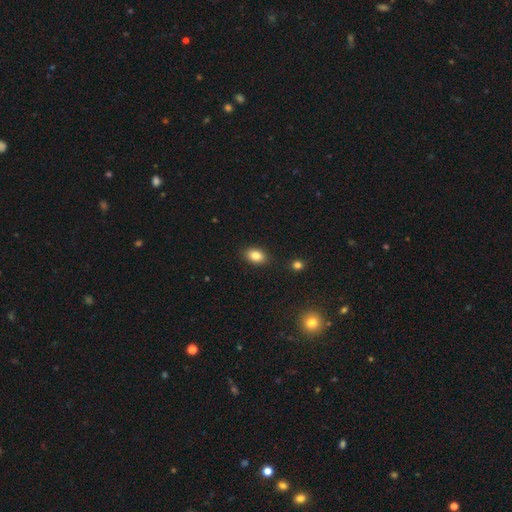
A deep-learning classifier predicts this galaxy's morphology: Smooth or featured? smooth (83%)
How rounded? in between (81%)
Merging? none (86%)